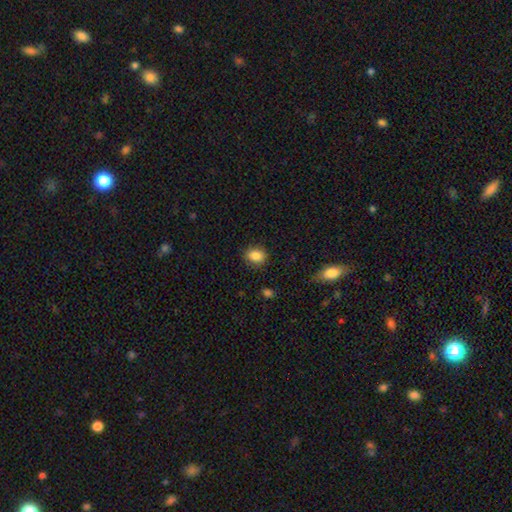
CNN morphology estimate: A smooth galaxy with no disk features (85%) that is round (52%). Merging: none (85%).